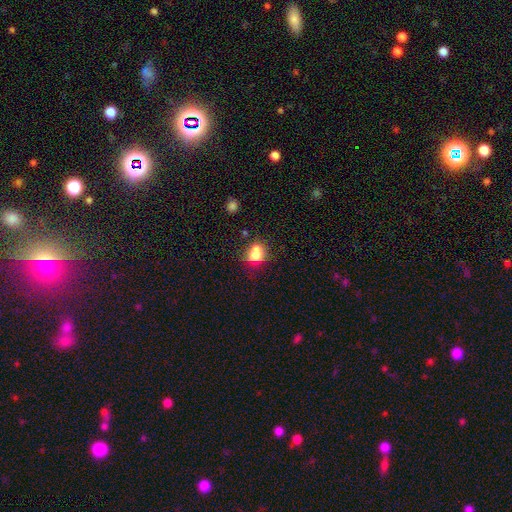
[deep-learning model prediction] smooth 68%, featured or disk 19%, star or artifact 13%. Down the decision tree: how rounded — round (57%); merging — merger (43%).